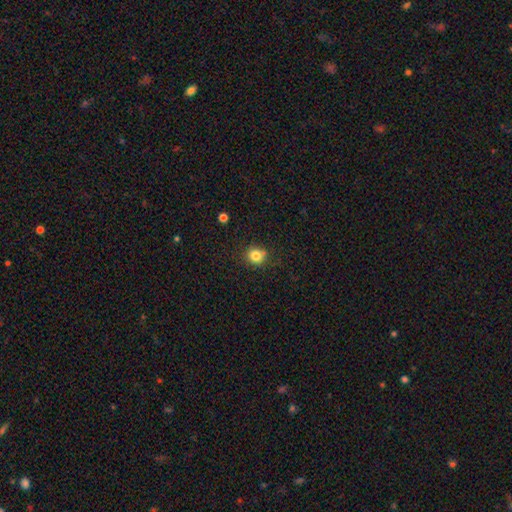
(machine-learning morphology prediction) Smooth or featured?
  - smooth: 82% *
  - star or artifact: 12%
  - featured or disk: 6%
How rounded?
  - round: 85% *
  - in between: 14%
  - cigar-shaped: 1%
Merging?
  - none: 83% *
  - minor disturbance: 12%
  - merger: 3%
  - major disturbance: 3%